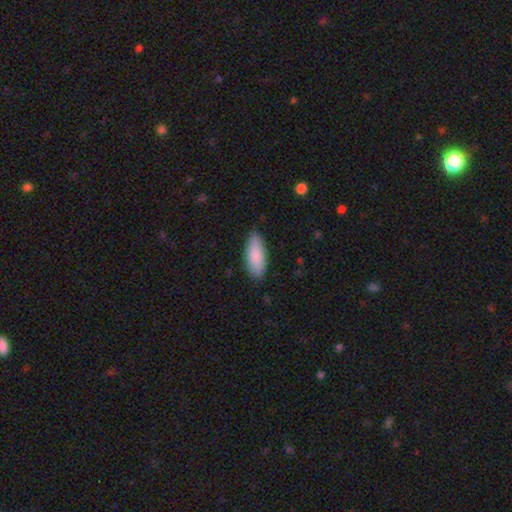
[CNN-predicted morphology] Q: Smooth or featured?
A: smooth (87%); runner-up: featured or disk (8%)
Q: How rounded?
A: in between (77%); runner-up: cigar-shaped (22%)
Q: Merging?
A: none (85%); runner-up: minor disturbance (12%)